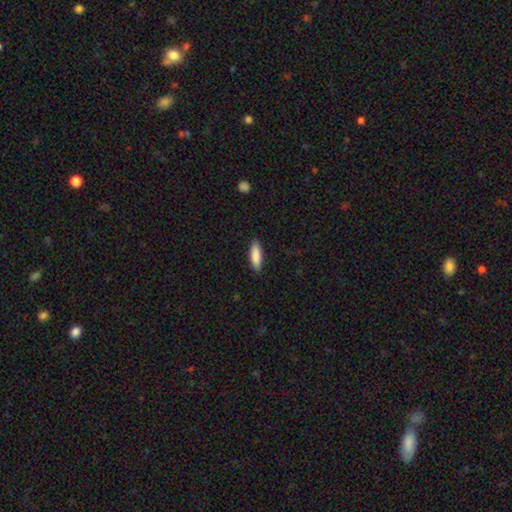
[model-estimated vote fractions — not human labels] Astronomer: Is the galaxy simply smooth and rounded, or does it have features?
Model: smooth — 88%.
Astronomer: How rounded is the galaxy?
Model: cigar-shaped — 52% (runner-up: in between, 47%).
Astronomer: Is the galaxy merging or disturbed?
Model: none — 88%.